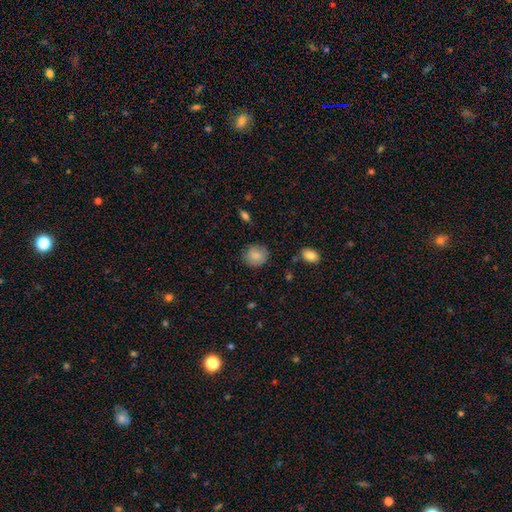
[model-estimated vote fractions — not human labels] Smooth or featured? Predicted: smooth (p=0.85). How rounded? Predicted: round (p=0.84). Merging? Predicted: none (p=0.85).